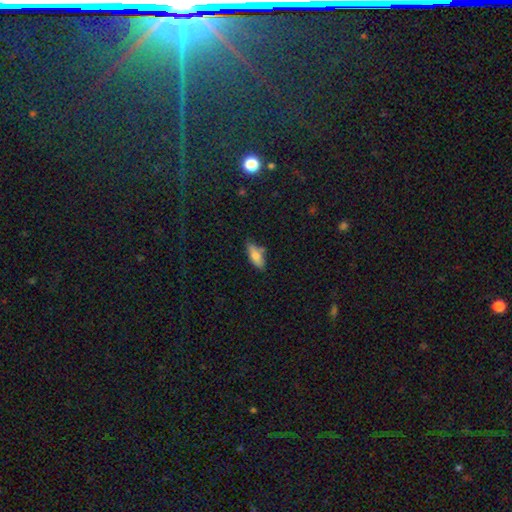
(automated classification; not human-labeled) This appears to be a smooth galaxy with no disk features (77%) that is in between round and cigar-shaped (72%). Merging: none (67%).